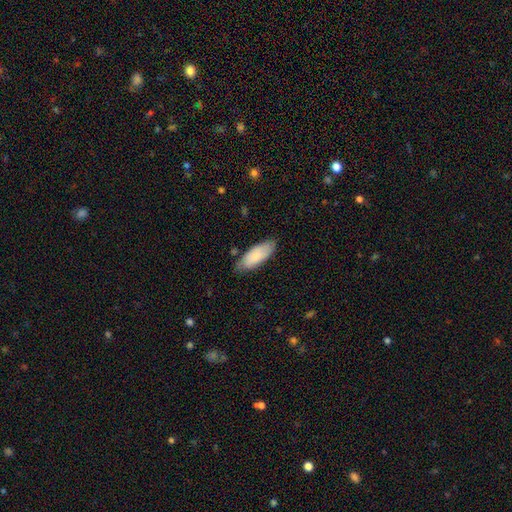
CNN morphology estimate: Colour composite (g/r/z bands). It shows a smooth galaxy with no disk features (82%) that is in between round and cigar-shaped (78%). Merging: none (72%).